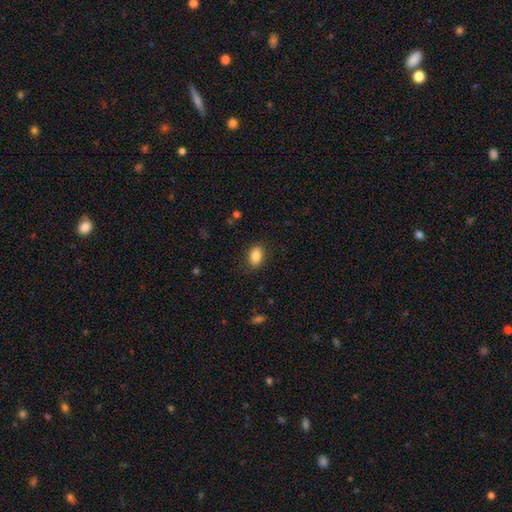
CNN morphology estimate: A smooth galaxy with no disk features (85%) that is in between round and cigar-shaped (85%). Merging: none (84%).